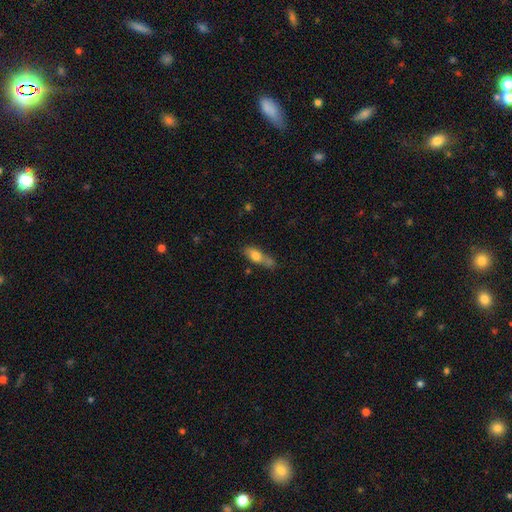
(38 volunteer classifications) Morphology: type=smooth (74%); roundness=cigar-shaped (54%); merging=minor disturbance (42%).